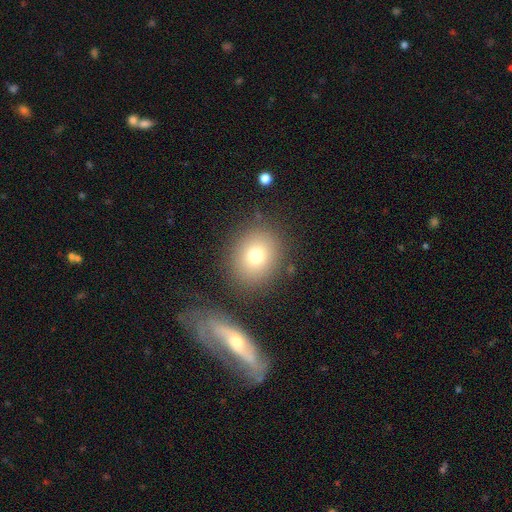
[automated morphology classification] Smooth or featured? Predicted: smooth (p=0.75). How rounded? Predicted: round (p=0.70). Merging? Predicted: none (p=0.81).